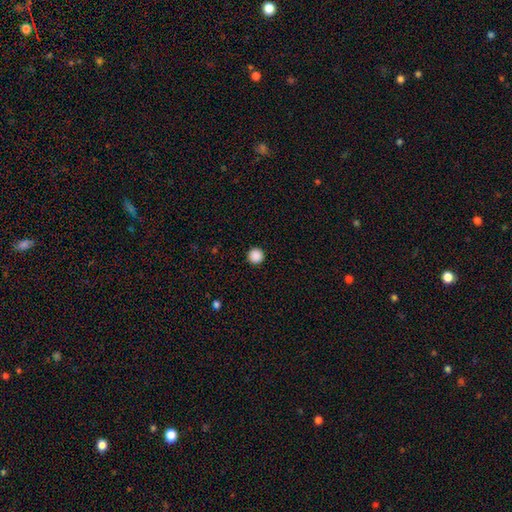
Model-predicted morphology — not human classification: Q: Smooth or featured?
A: smooth (88%); runner-up: star or artifact (9%)
Q: How rounded?
A: round (97%); runner-up: in between (2%)
Q: Merging?
A: none (94%); runner-up: minor disturbance (4%)